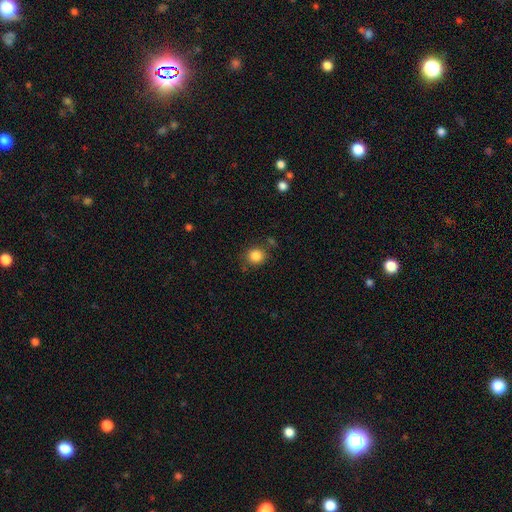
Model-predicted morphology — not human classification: Smooth or featured?
  - smooth: 85% *
  - star or artifact: 10%
  - featured or disk: 4%
How rounded?
  - round: 85% *
  - in between: 14%
  - cigar-shaped: 1%
Merging?
  - none: 81% *
  - minor disturbance: 11%
  - merger: 4%
  - major disturbance: 4%